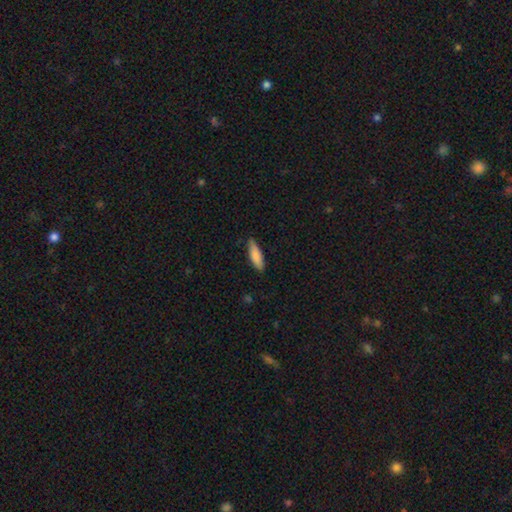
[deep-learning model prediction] The model was most divided on "how rounded": cigar-shaped: 57%, in between: 42%, round: 2%. More confident: merging — none (83%); smooth or featured — smooth (83%).